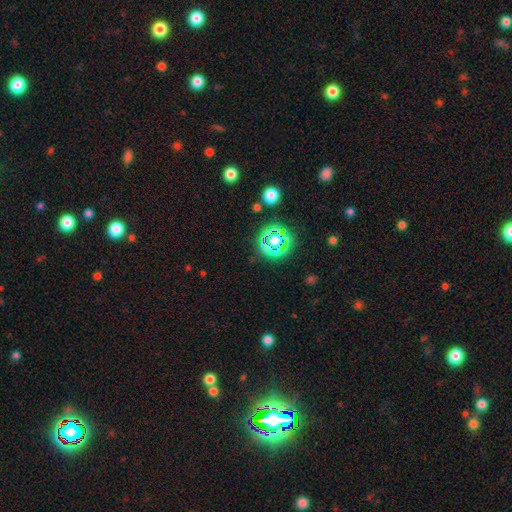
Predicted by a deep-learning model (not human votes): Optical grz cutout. It shows a star or artifact, not a galaxy (71%).